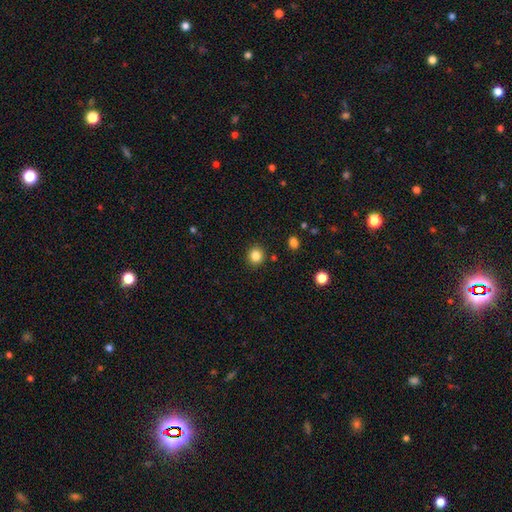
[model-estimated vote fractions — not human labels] Overall: smooth (84%). How rounded: round (90%). Merging: none (90%).